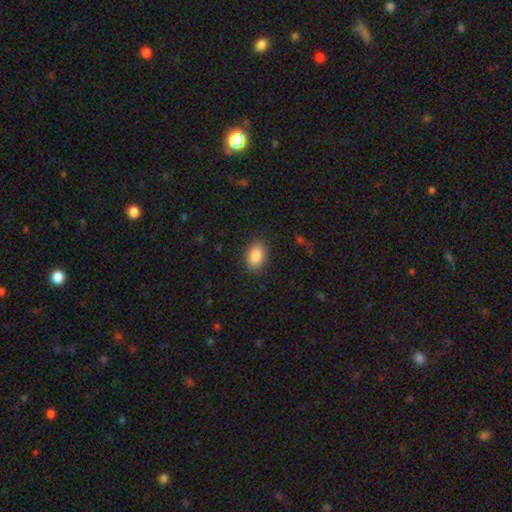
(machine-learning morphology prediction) A smooth galaxy with no disk features (88%) that is in between round and cigar-shaped (87%). Merging: none (87%).